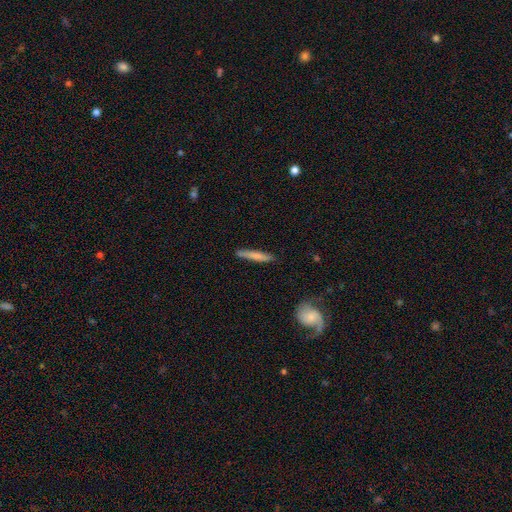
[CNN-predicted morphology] This appears to be a smooth galaxy with no disk features (70%) that is cigar-shaped (94%). Merging: none (85%).